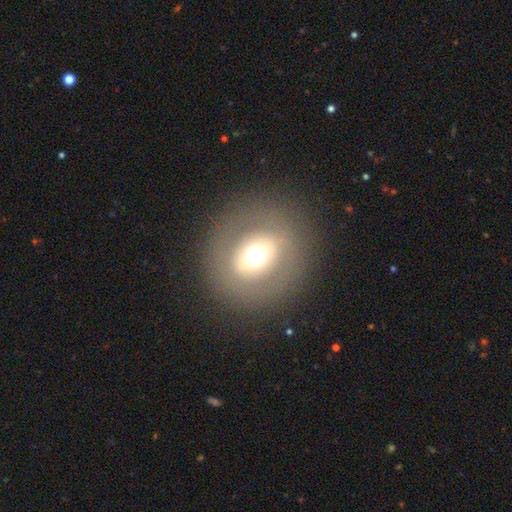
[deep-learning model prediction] Smooth or featured: smooth — 59% (featured or disk — 24%)
How rounded: round — 81% (in between — 18%)
Merging: none — 85% (minor disturbance — 7%)